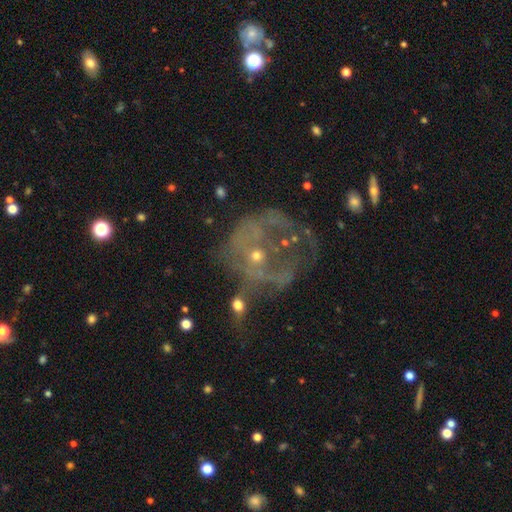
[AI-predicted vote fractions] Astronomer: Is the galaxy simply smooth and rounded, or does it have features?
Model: featured or disk — 63%.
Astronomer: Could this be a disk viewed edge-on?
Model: no — 97%.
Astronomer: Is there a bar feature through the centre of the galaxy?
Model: no — 86%.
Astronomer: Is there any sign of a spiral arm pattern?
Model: no — 73%.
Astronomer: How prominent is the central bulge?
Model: small — 56%.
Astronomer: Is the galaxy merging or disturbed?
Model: major disturbance — 47% (runner-up: none, 26%).